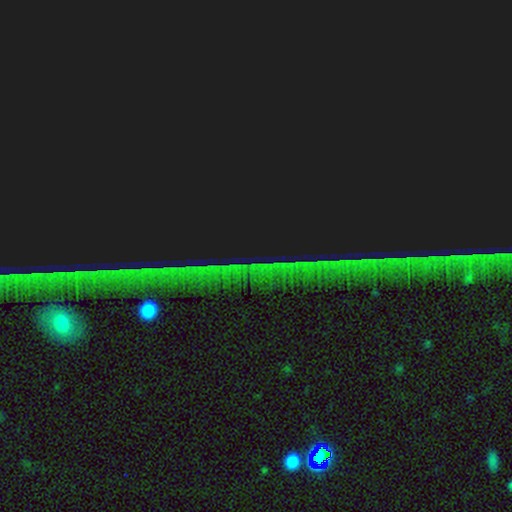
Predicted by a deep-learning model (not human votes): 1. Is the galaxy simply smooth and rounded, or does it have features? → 85% star or artifact, 9% featured or disk, 6% smooth.